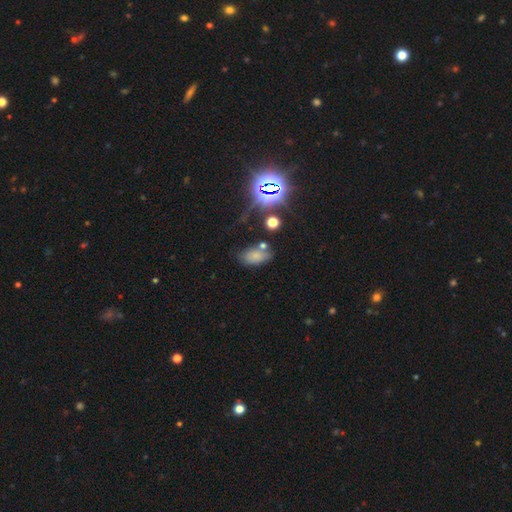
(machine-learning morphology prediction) This appears to be a smooth galaxy with no disk features (66%) that is in between round and cigar-shaped (90%). Merging: none (62%).